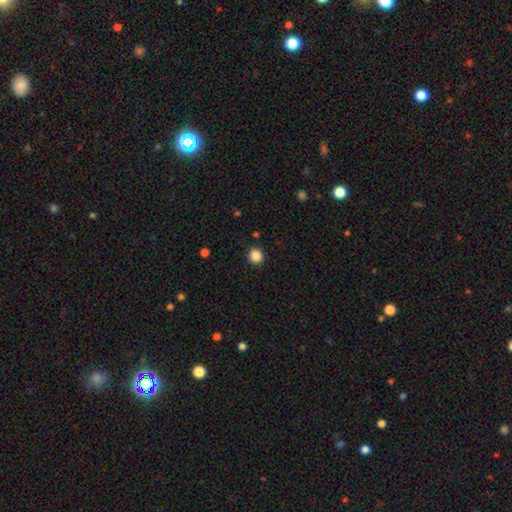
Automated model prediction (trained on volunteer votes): Smooth or featured? Predicted: smooth (p=0.86). How rounded? Predicted: round (p=0.91). Merging? Predicted: none (p=0.90).